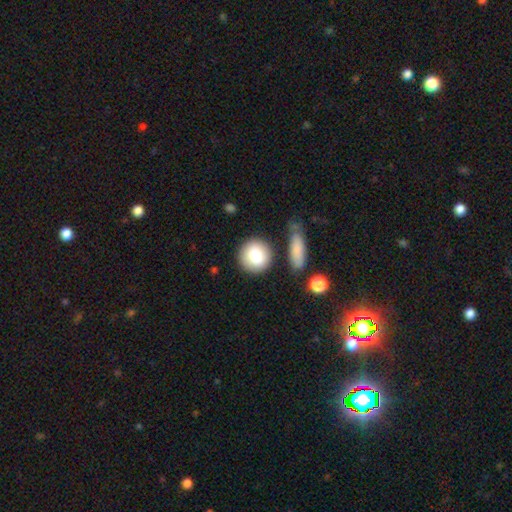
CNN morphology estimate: smooth_or_featured: smooth (p=0.82) [alt: featured or disk p=0.11]
how_rounded: round (p=0.91) [alt: in between p=0.08]
merging: none (p=0.80) [alt: minor disturbance p=0.10]